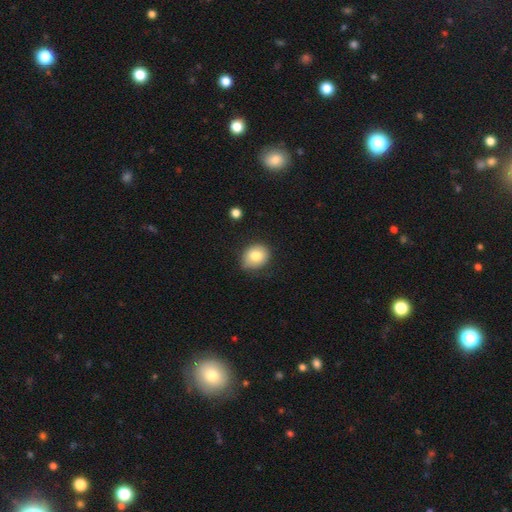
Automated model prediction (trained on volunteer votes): smooth-or-featured: smooth: 79% | featured or disk: 12% | star or artifact: 9%
  how-rounded: round: 59% | in between: 40% | cigar-shaped: 1%
  merging: none: 76% | minor disturbance: 19% | major disturbance: 4% | merger: 2%